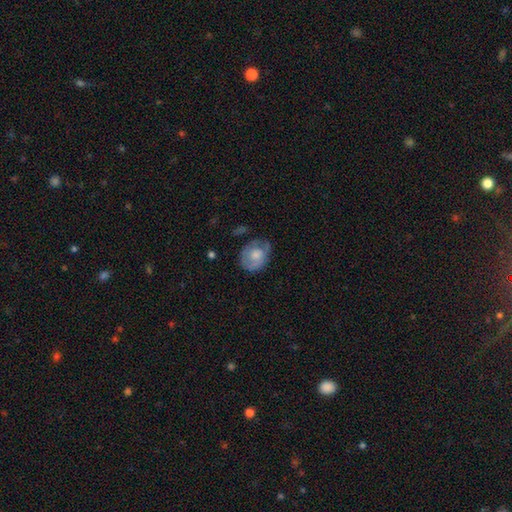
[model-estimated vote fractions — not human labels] Q: Smooth or featured?
A: smooth (52%); runner-up: featured or disk (41%)
Q: How rounded?
A: round (56%); runner-up: in between (42%)
Q: Merging?
A: none (54%); runner-up: minor disturbance (30%)